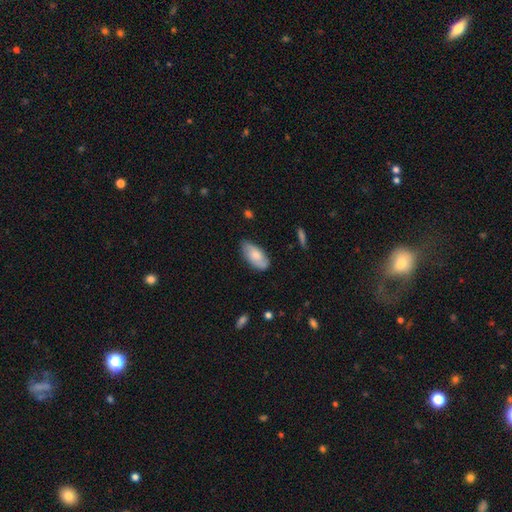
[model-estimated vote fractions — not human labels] The model was most divided on "smooth or featured": smooth: 69%, featured or disk: 25%, star or artifact: 6%. More confident: how rounded — in between (92%); merging — none (73%).